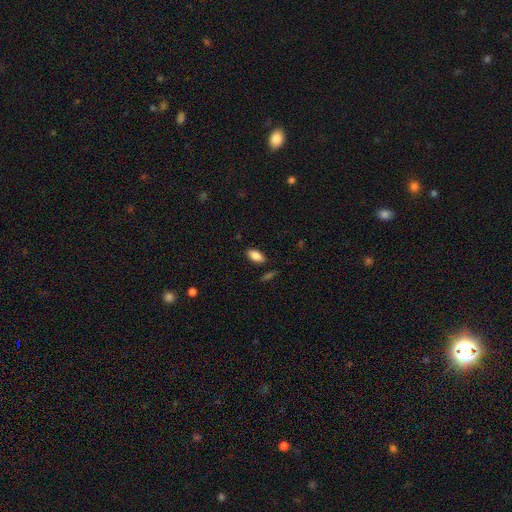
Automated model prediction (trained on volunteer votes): Smooth or featured: smooth — 86% (star or artifact — 7%)
How rounded: in between — 90% (cigar-shaped — 7%)
Merging: none — 85% (minor disturbance — 10%)